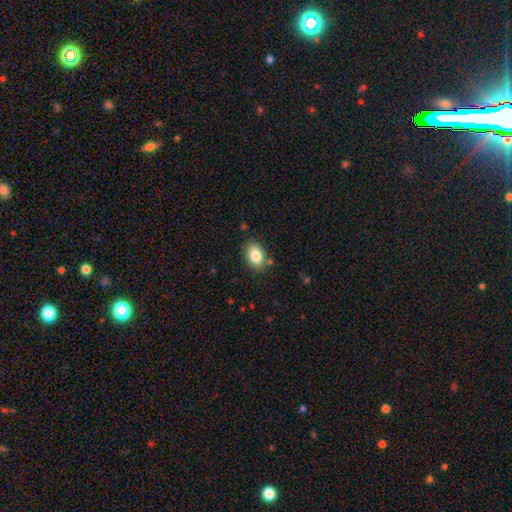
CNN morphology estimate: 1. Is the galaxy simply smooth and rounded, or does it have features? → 85% smooth, 8% star or artifact, 7% featured or disk.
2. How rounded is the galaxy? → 85% in between, 14% round, 1% cigar-shaped.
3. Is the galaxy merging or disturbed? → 83% none, 12% minor disturbance, 3% major disturbance, 2% merger.